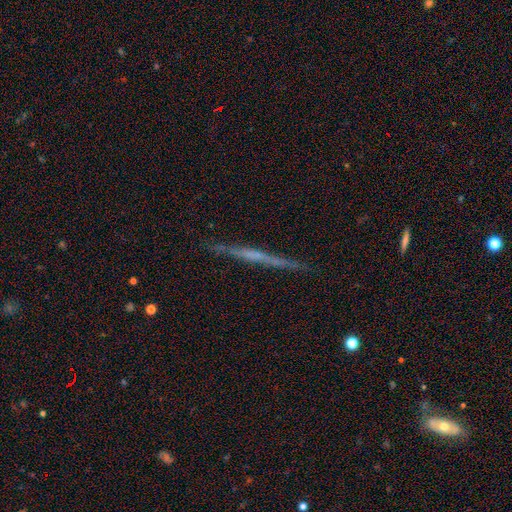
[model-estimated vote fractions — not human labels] A featured or disk galaxy (64%) viewed edge-on (97%) with no central bulge (78%).

Vote fractions:
- Smooth or featured? featured or disk: 64% / smooth: 28% / star or artifact: 8%
- Edge-on disk? yes: 97% / no: 3%
- Edge-on bulge? none: 78% / rounded: 15% / boxy: 7%
- Merging? none: 89% / minor disturbance: 8% / major disturbance: 2% / merger: 1%